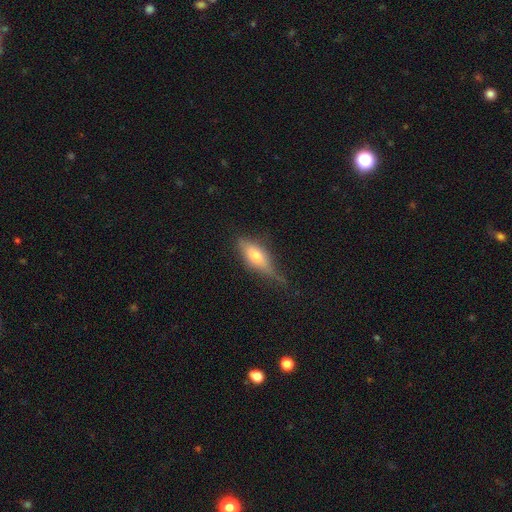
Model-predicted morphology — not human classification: A smooth galaxy with no disk features (54%) that is in between round and cigar-shaped (58%).

Vote fractions:
- Smooth or featured? smooth: 54% / featured or disk: 39% / star or artifact: 7%
- How rounded? in between: 58% / cigar-shaped: 39% / round: 4%
- Merging? none: 53% / minor disturbance: 33% / major disturbance: 12% / merger: 2%